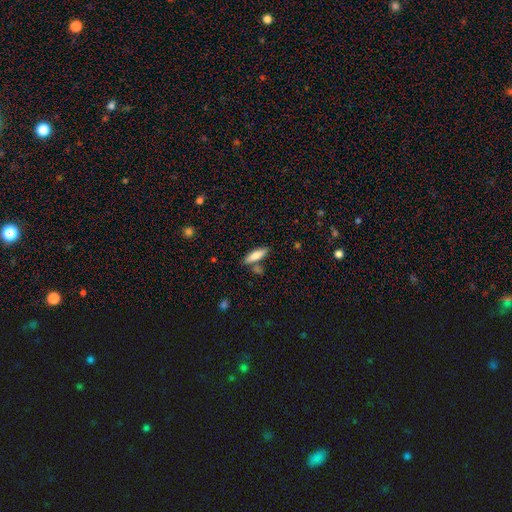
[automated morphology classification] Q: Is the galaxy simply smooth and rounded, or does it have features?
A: smooth — 78%.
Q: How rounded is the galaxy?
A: cigar-shaped — 58%.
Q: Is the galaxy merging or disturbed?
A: none — 74%.